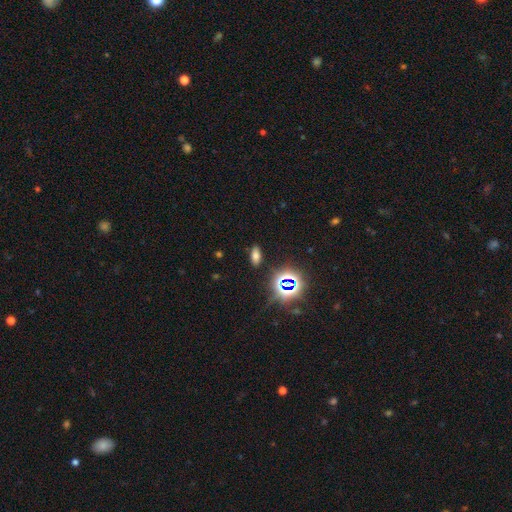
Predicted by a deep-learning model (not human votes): Overall: smooth (62%; star or artifact 29%). How rounded: in between (84%). Merging: none (88%).